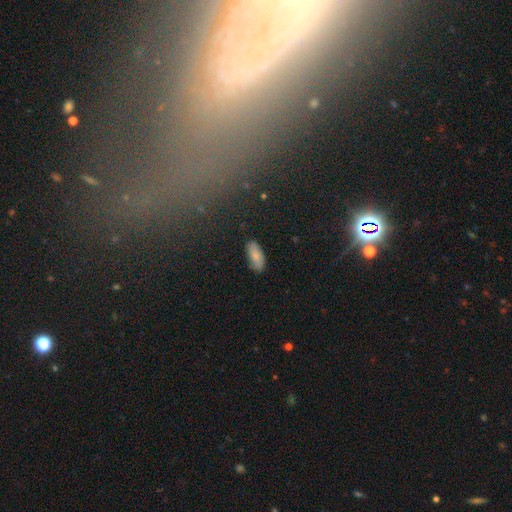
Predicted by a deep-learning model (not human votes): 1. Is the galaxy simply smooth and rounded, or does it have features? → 81% smooth, 11% featured or disk, 8% star or artifact.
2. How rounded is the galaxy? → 86% in between, 11% cigar-shaped, 2% round.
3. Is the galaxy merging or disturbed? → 82% none, 14% minor disturbance, 3% major disturbance, 1% merger.